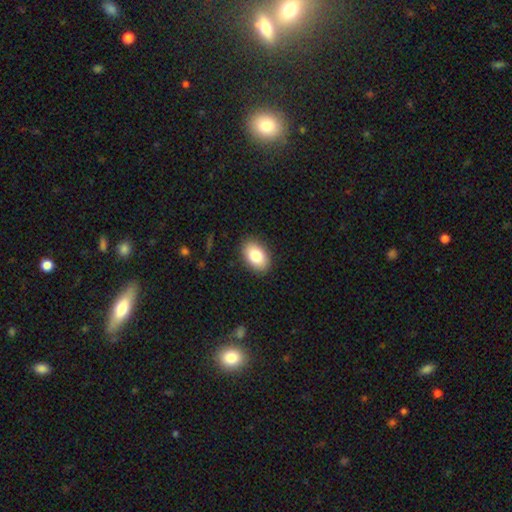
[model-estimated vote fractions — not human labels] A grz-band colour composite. It shows a smooth galaxy with no disk features (81%) that is in between round and cigar-shaped (87%). Merging: none (89%).